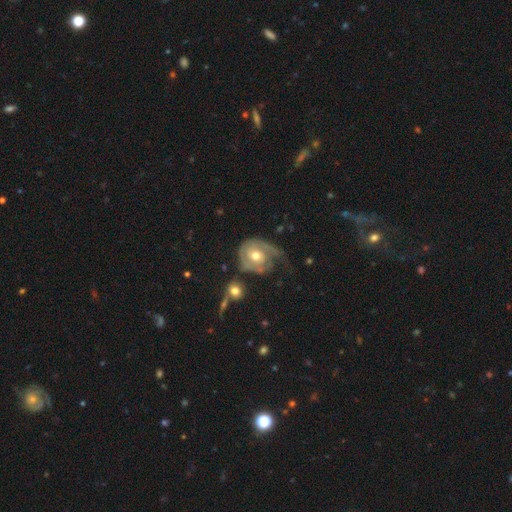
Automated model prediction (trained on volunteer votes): A featured or disk galaxy (70%) with no bar (75%), 1 (43%) tight (54%) spiral arms (82%) and a moderate central bulge (72%). Merging: none (38%).